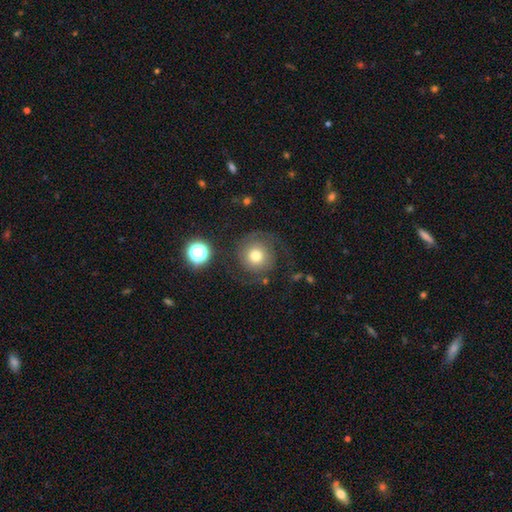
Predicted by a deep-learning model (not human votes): A smooth galaxy with no disk features (52%) that is round (93%). Merging: none (67%).